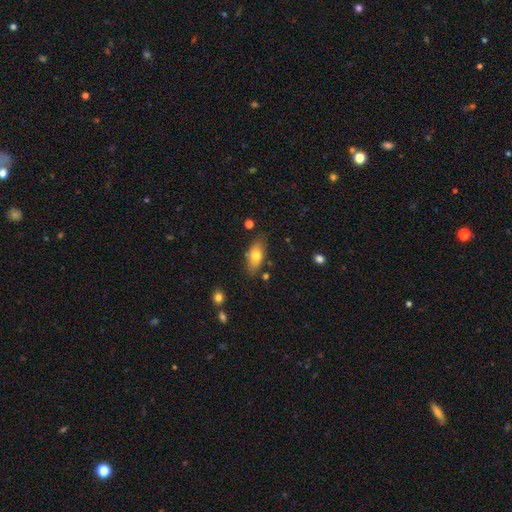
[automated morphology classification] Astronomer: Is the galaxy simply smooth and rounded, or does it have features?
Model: smooth — 71%.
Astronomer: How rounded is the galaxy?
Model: in between — 85%.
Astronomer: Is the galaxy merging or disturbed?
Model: none — 77%.